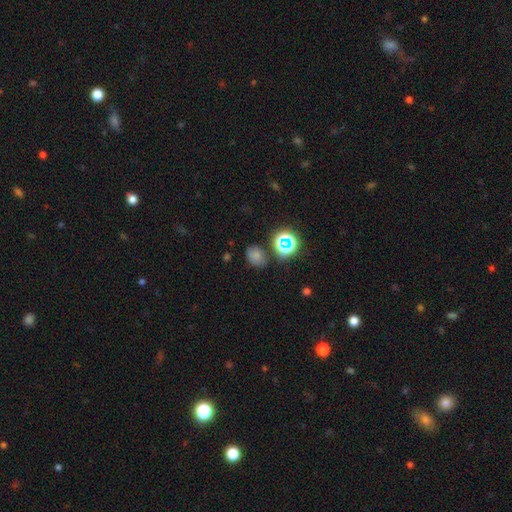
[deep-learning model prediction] smooth-or-featured: smooth: 64% | star or artifact: 25% | featured or disk: 11%
  how-rounded: in between: 52% | round: 47% | cigar-shaped: 1%
  merging: none: 68% | minor disturbance: 19% | major disturbance: 6% | merger: 6%